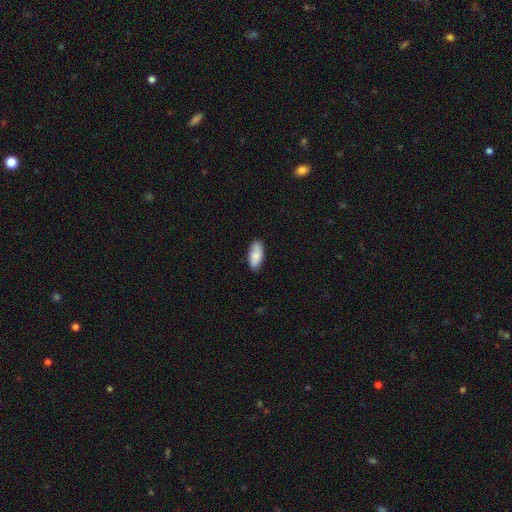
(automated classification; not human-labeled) The model was most divided on "smooth or featured": smooth: 81%, featured or disk: 13%, star or artifact: 6%. More confident: how rounded — in between (87%); merging — none (83%).